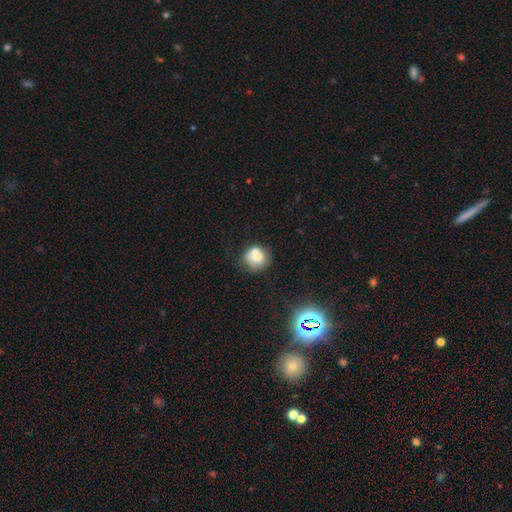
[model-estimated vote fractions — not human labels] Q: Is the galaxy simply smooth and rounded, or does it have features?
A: smooth — 69%.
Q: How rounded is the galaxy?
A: round — 81%.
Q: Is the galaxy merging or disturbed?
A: none — 48%.